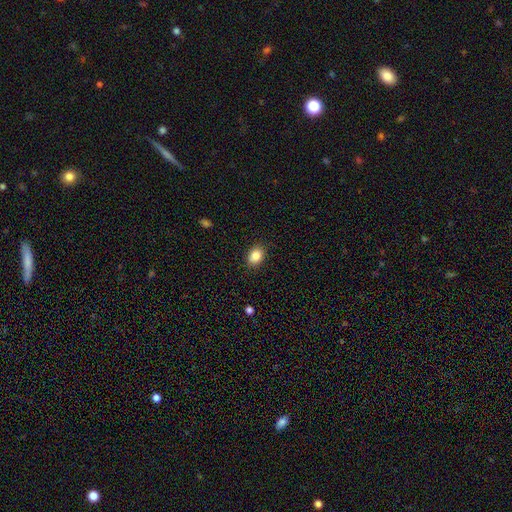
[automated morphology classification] Overall: smooth (85%). How rounded: in between (64%; round 35%). Merging: none (88%).